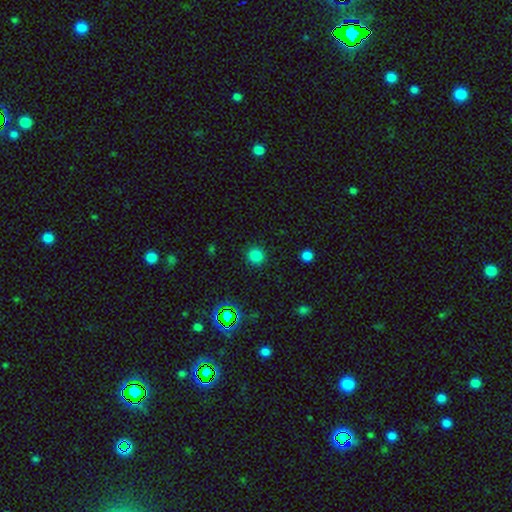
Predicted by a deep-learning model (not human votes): Morphology: type=smooth (80%); roundness=round (90%); merging=none (89%).